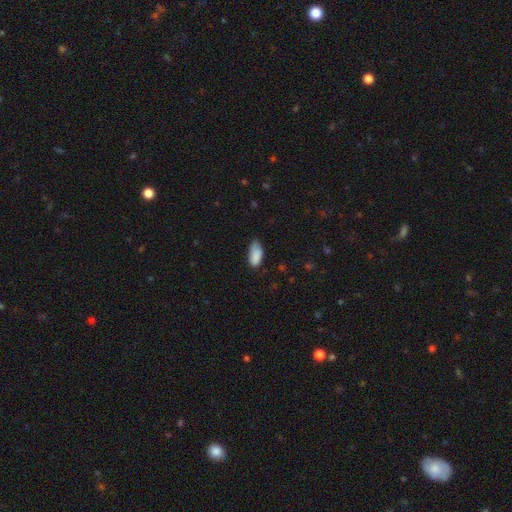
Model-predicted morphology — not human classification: type=smooth (87%); roundness=in between (90%); merging=none (56%).